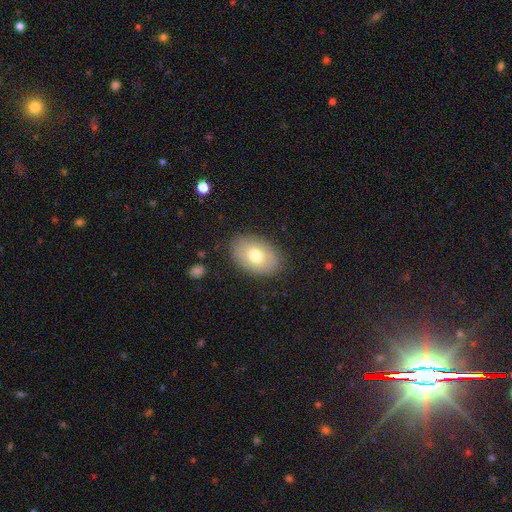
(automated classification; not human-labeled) The model was most divided on "smooth or featured": smooth: 72%, featured or disk: 21%, star or artifact: 7%. More confident: how rounded — in between (86%); merging — none (84%).